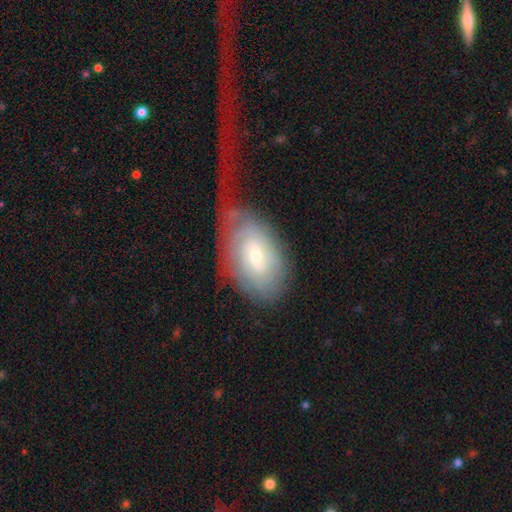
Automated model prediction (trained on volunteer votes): Q: Smooth or featured?
A: featured or disk (71%); runner-up: smooth (22%)
Q: Edge-on disk?
A: no (95%); runner-up: yes (5%)
Q: Bar?
A: weak (51%); runner-up: no (39%)
Q: Spiral arms?
A: yes (87%); runner-up: no (13%)
Q: Spiral winding?
A: tight (63%); runner-up: medium (26%)
Q: Spiral arm count?
A: can't tell (51%); runner-up: 2 (25%)
Q: Bulge size?
A: small (50%); runner-up: moderate (44%)
Q: Merging?
A: none (35%); runner-up: major disturbance (32%)